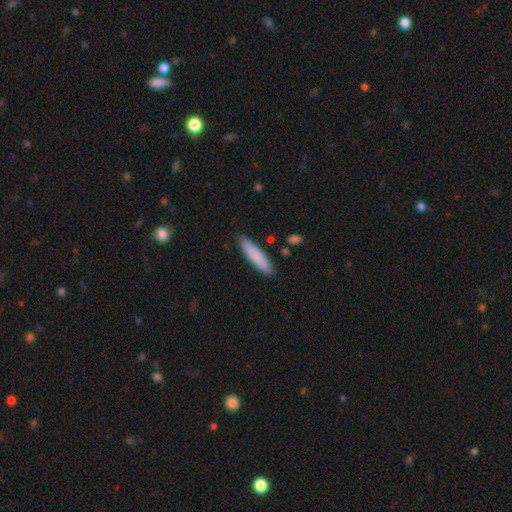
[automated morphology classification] smooth_or_featured: smooth (p=0.84) [alt: featured or disk p=0.10]
how_rounded: cigar-shaped (p=0.79) [alt: in between p=0.20]
merging: none (p=0.87) [alt: minor disturbance p=0.10]